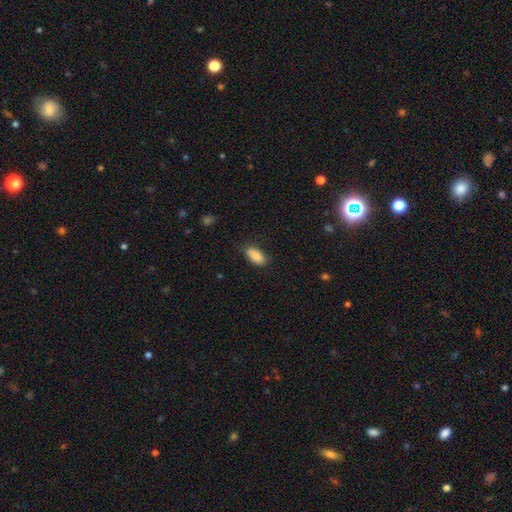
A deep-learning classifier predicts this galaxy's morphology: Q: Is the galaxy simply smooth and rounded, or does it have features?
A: smooth — 86%.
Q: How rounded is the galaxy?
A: in between — 89%.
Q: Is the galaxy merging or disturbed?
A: none — 70%.